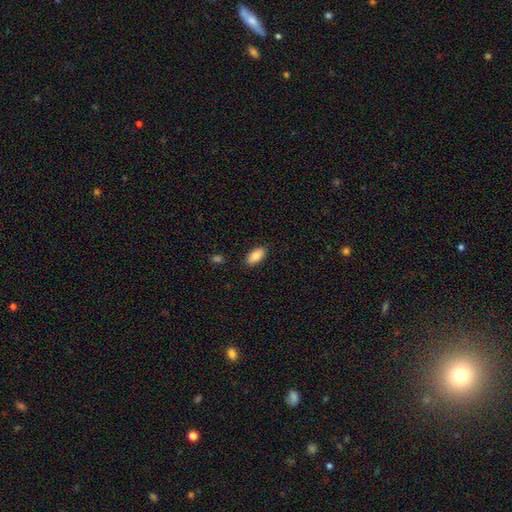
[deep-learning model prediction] A smooth galaxy with no disk features (86%) that is in between round and cigar-shaped (93%). Merging: none (88%).